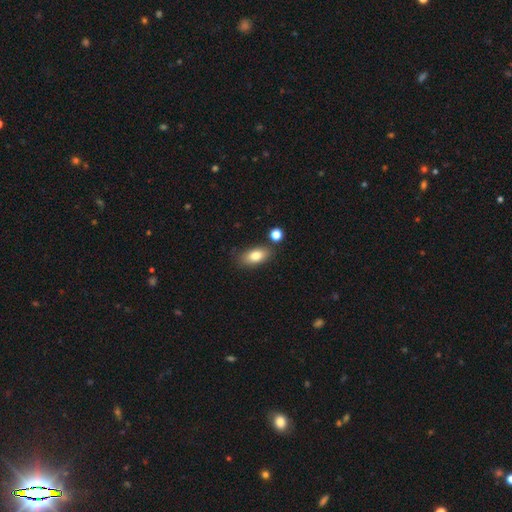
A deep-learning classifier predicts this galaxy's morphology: The model was most divided on "merging": none: 76%, minor disturbance: 14%, merger: 7%, major disturbance: 3%. More confident: how rounded — in between (88%); smooth or featured — smooth (81%).